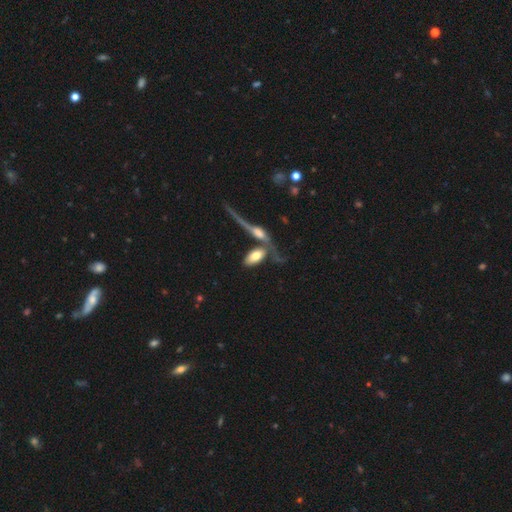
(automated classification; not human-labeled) Smooth or featured? Predicted: smooth (p=0.69). How rounded? Predicted: in between (p=0.90). Merging? Predicted: none (p=0.40).